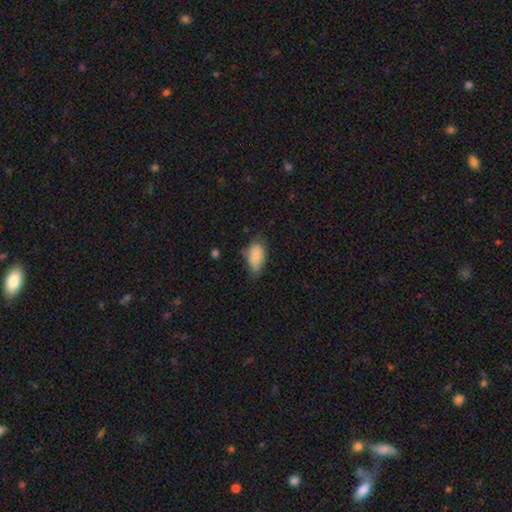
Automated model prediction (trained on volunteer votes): Q: Smooth or featured?
A: smooth (83%); runner-up: featured or disk (10%)
Q: How rounded?
A: in between (92%); runner-up: round (5%)
Q: Merging?
A: none (46%); runner-up: minor disturbance (39%)